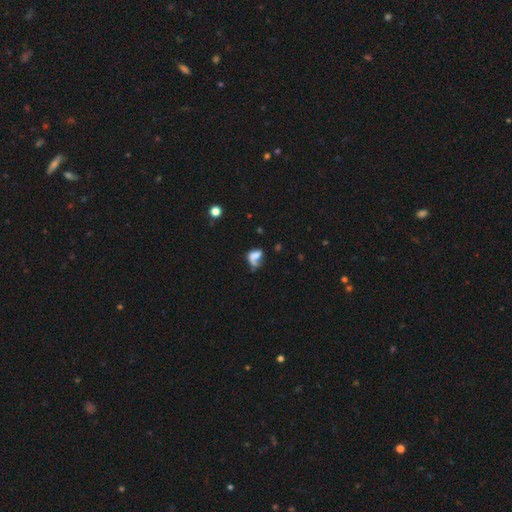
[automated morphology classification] Overall: smooth (57%; featured or disk 30%). How rounded: in between (74%). Merging: major disturbance (29%; none 26%).